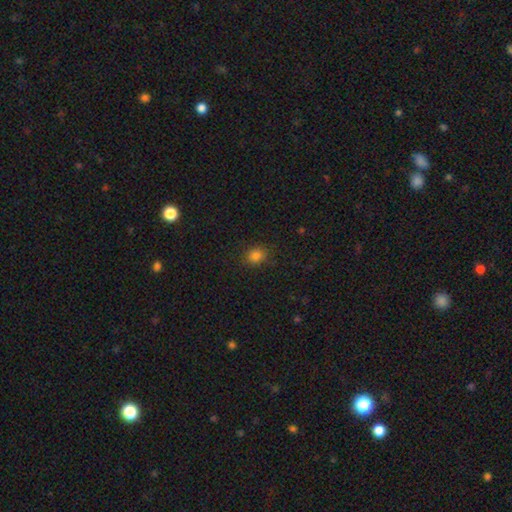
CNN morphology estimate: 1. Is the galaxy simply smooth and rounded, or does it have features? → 82% smooth, 14% star or artifact, 5% featured or disk.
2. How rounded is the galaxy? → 65% round, 34% in between, 1% cigar-shaped.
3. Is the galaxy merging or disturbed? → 85% none, 11% minor disturbance, 3% major disturbance, 1% merger.